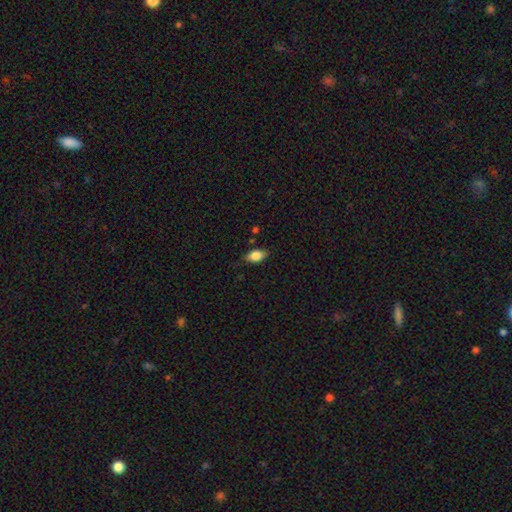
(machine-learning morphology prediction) This is clearly a smooth galaxy (81%). How rounded: clearly in between (88%). Merging: likely none (79%).